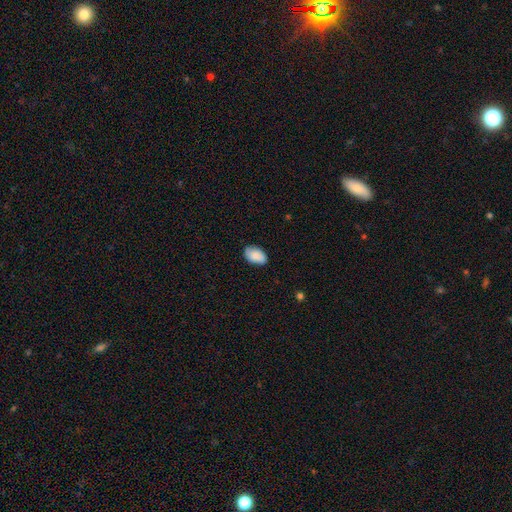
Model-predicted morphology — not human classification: This is clearly a smooth galaxy (87%). How rounded: clearly in between (92%). Merging: clearly none (83%).